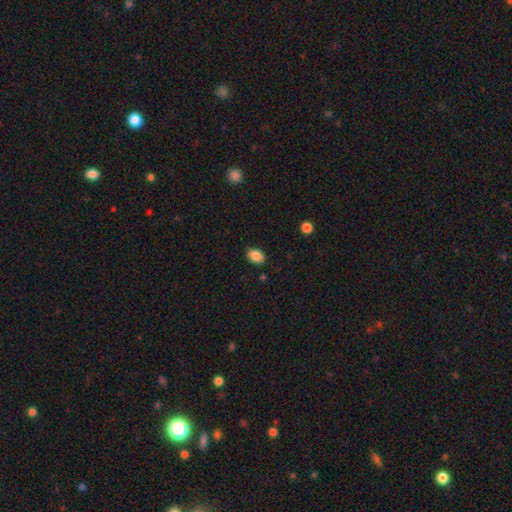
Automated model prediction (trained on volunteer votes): The model was most divided on "how rounded": in between: 79%, round: 20%, cigar-shaped: 1%. More confident: smooth or featured — smooth (87%); merging — none (87%).